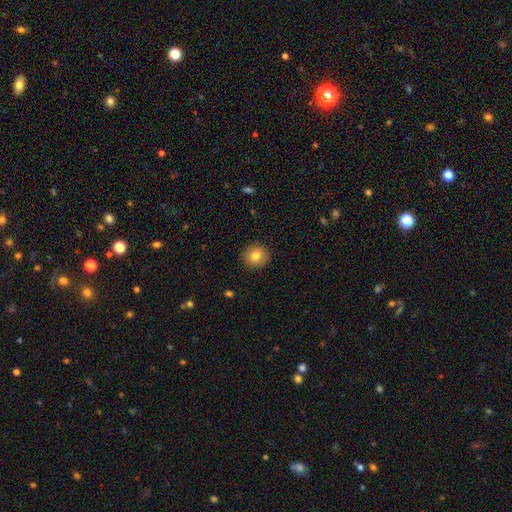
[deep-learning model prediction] The model was most divided on "smooth or featured": smooth: 82%, star or artifact: 9%, featured or disk: 9%. More confident: merging — none (91%); how rounded — round (90%).